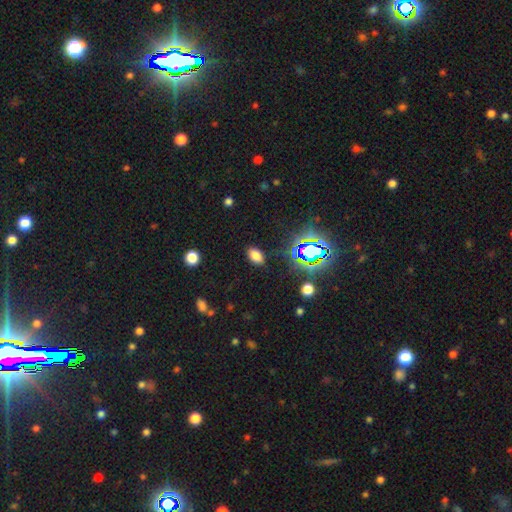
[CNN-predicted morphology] Smooth or featured?
  - smooth: 69% *
  - star or artifact: 24%
  - featured or disk: 7%
How rounded?
  - in between: 89% *
  - round: 8%
  - cigar-shaped: 2%
Merging?
  - none: 86% *
  - minor disturbance: 9%
  - major disturbance: 3%
  - merger: 2%